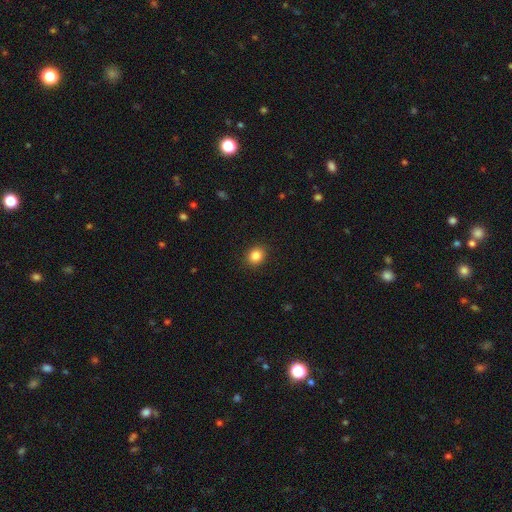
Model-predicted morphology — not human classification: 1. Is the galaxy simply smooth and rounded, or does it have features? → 85% smooth, 10% star or artifact, 4% featured or disk.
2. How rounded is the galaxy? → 69% round, 30% in between, 1% cigar-shaped.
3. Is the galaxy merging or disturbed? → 90% none, 7% minor disturbance, 2% major disturbance, 1% merger.